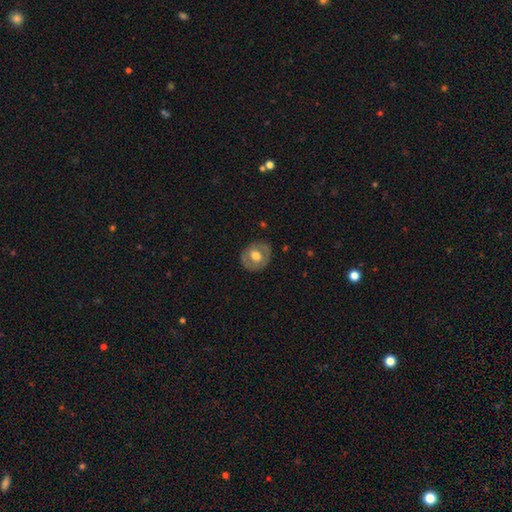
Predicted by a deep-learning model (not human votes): Smooth or featured? Predicted: smooth (p=0.48). Merging? Predicted: none (p=0.81).